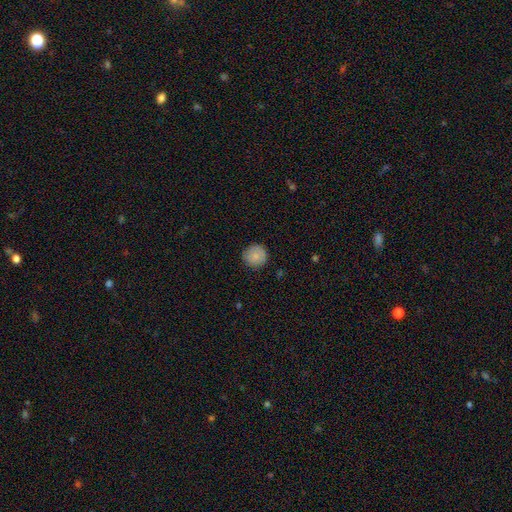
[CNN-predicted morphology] smooth 81%, featured or disk 11%, star or artifact 7%. Down the decision tree: how rounded — round (93%); merging — none (86%).